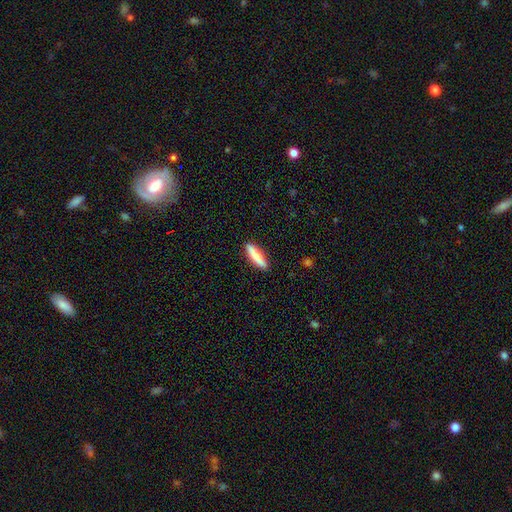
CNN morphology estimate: Smooth or featured?
  - smooth: 84% *
  - featured or disk: 10%
  - star or artifact: 6%
How rounded?
  - cigar-shaped: 81% *
  - in between: 18%
  - round: 1%
Merging?
  - none: 89% *
  - minor disturbance: 8%
  - major disturbance: 2%
  - merger: 1%